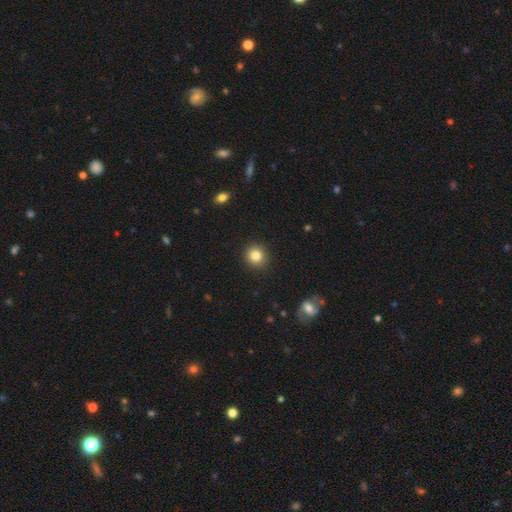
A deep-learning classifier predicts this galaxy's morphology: A smooth galaxy with no disk features (83%) that is round (90%).

Vote fractions:
- Smooth or featured? smooth: 83% / star or artifact: 10% / featured or disk: 6%
- How rounded? round: 90% / in between: 9% / cigar-shaped: 1%
- Merging? none: 90% / minor disturbance: 7% / major disturbance: 2% / merger: 1%